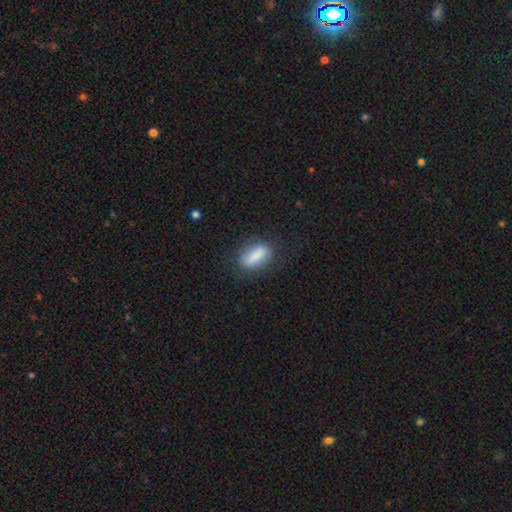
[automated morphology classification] Smooth or featured? smooth (84%)
How rounded? in between (70%)
Merging? none (81%)